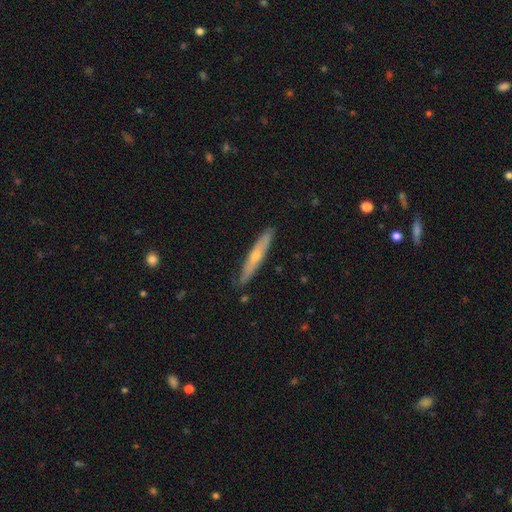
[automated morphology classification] This appears to be a featured or disk galaxy (52%) viewed edge-on (90%). Merging: none (86%).